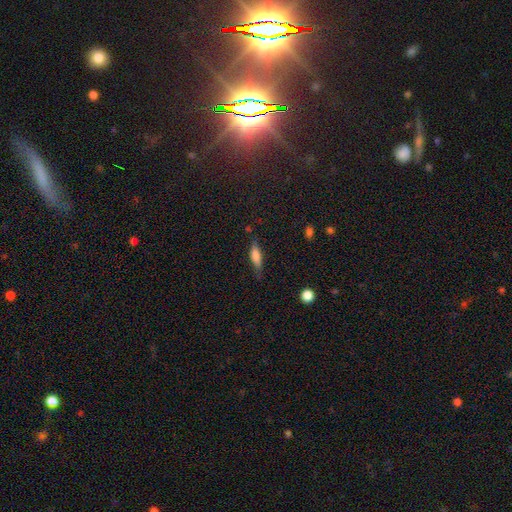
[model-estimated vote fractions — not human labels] smooth_or_featured: smooth (p=0.69) [alt: featured or disk p=0.23]
how_rounded: cigar-shaped (p=0.59) [alt: in between p=0.38]
merging: none (p=0.71) [alt: minor disturbance p=0.22]